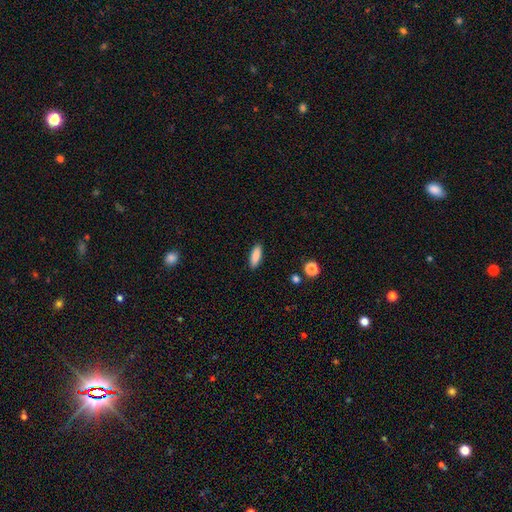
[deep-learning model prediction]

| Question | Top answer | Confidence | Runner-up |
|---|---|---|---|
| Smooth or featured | smooth | 88% | star or artifact (7%) |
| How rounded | in between | 60% | cigar-shaped (38%) |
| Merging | none | 89% | minor disturbance (8%) |